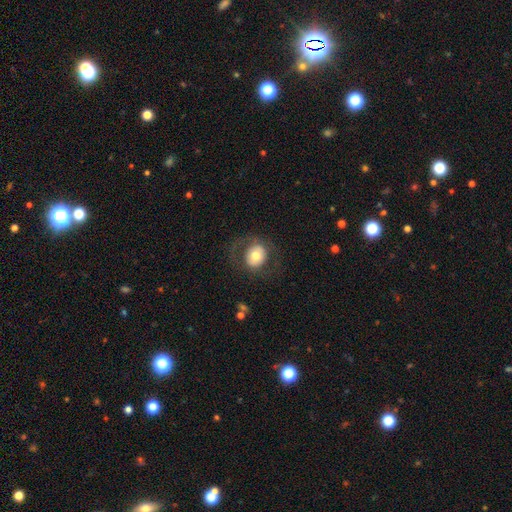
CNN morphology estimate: Smooth or featured: smooth — 58% (featured or disk — 34%)
How rounded: round — 73% (in between — 26%)
Merging: none — 70% (major disturbance — 15%)